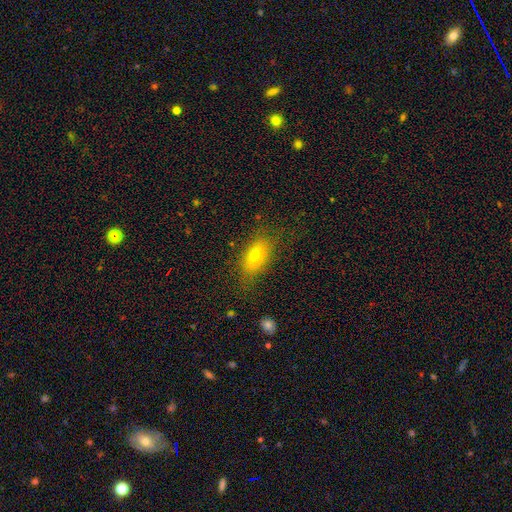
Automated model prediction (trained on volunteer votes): Smooth or featured?
  - smooth: 69% *
  - featured or disk: 20%
  - star or artifact: 11%
How rounded?
  - in between: 81% *
  - cigar-shaped: 11%
  - round: 8%
Merging?
  - none: 75% *
  - minor disturbance: 16%
  - major disturbance: 7%
  - merger: 2%